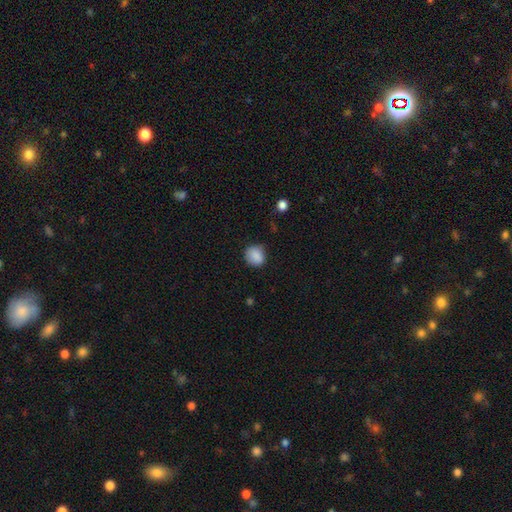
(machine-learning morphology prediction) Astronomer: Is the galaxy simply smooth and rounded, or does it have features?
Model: smooth — 87%.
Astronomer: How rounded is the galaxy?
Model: round — 75%.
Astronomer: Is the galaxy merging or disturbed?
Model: none — 74%.